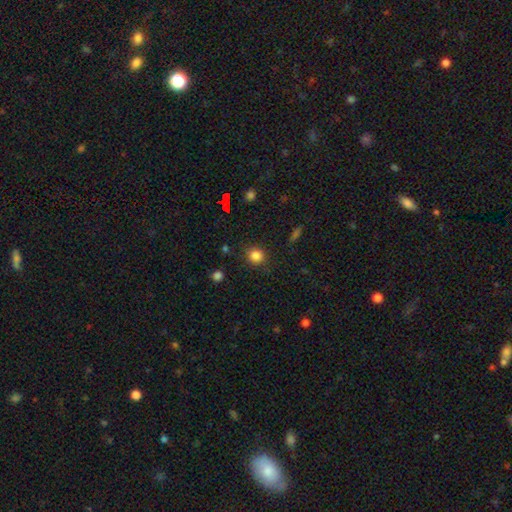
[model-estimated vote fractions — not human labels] A smooth galaxy with no disk features (84%) that is round (86%).

Vote fractions:
- Smooth or featured? smooth: 84% / star or artifact: 12% / featured or disk: 4%
- How rounded? round: 86% / in between: 13% / cigar-shaped: 1%
- Merging? none: 86% / minor disturbance: 9% / major disturbance: 3% / merger: 2%